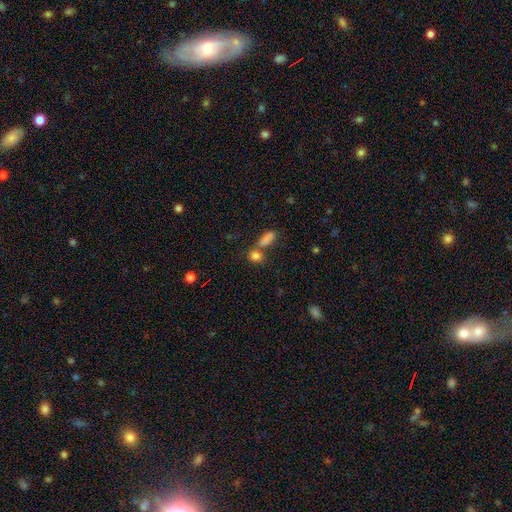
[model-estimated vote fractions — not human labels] Overall: smooth (82%). How rounded: round (53%; in between 42%). Merging: none (52%; merger 34%).